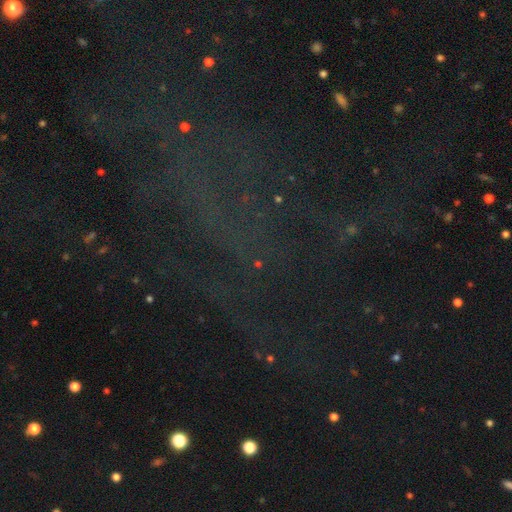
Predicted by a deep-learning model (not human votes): A star or artifact, not a galaxy (69%).

Vote fractions:
- Smooth or featured? star or artifact: 69% / featured or disk: 16% / smooth: 16%